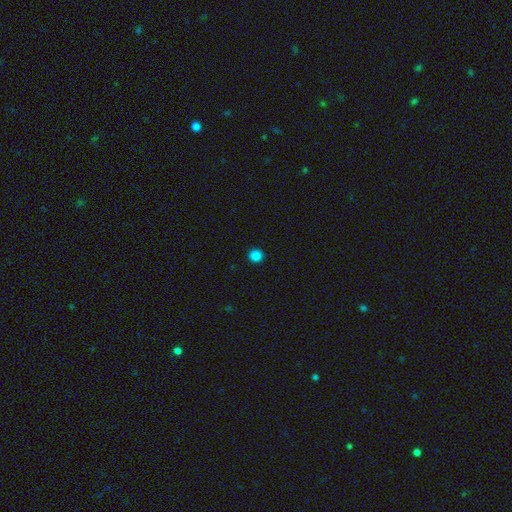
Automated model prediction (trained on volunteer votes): smooth-or-featured: smooth: 86% | star or artifact: 12% | featured or disk: 3%
  how-rounded: round: 93% | in between: 6% | cigar-shaped: 1%
  merging: none: 93% | minor disturbance: 4% | major disturbance: 1% | merger: 1%